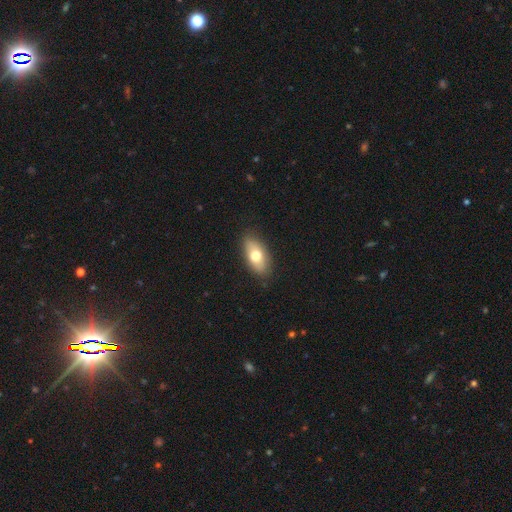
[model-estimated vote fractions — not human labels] Morphology: type=smooth (70%); roundness=in between (87%); merging=none (85%).